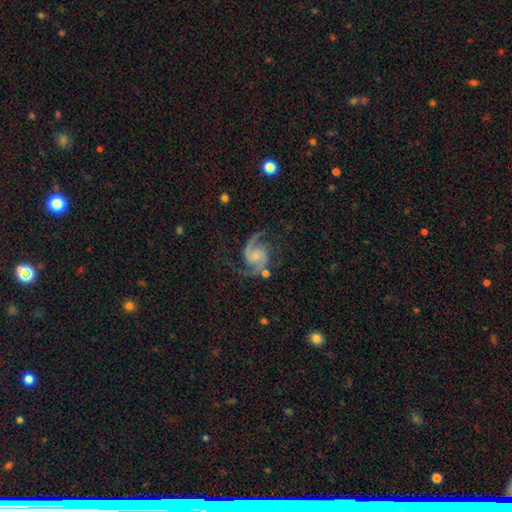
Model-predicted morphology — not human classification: Smooth or featured? featured or disk (90%)
Edge-on disk? no (98%)
Bar? no (63%)
Spiral arms? yes (98%)
Spiral winding? medium (54%)
Spiral arm count? 2 (92%)
Bulge size? small (47%)
Merging? none (71%)